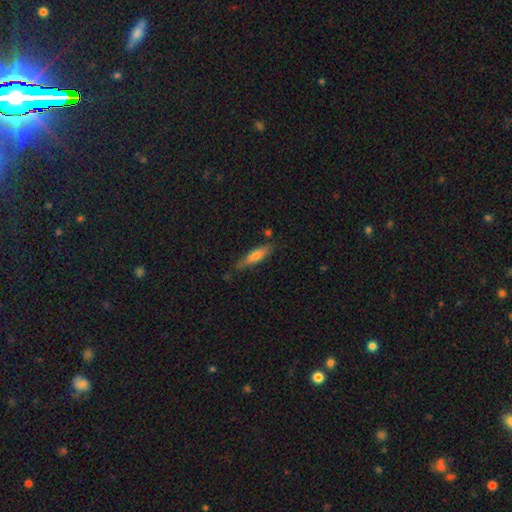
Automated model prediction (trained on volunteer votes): Morphology: type=smooth (67%); roundness=cigar-shaped (73%); merging=none (74%).